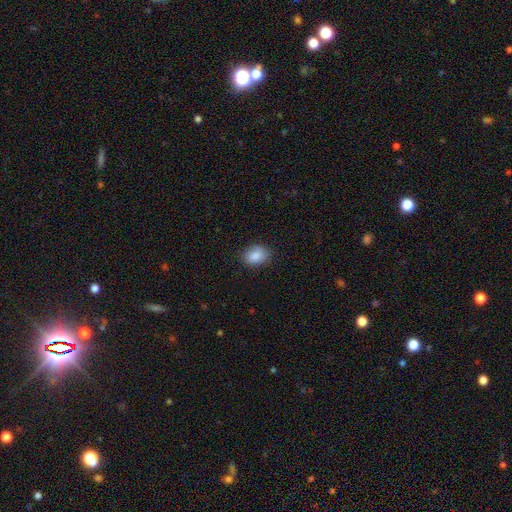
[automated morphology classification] smooth 87%, star or artifact 8%, featured or disk 5%. Down the decision tree: how rounded — in between (70%); merging — none (78%).